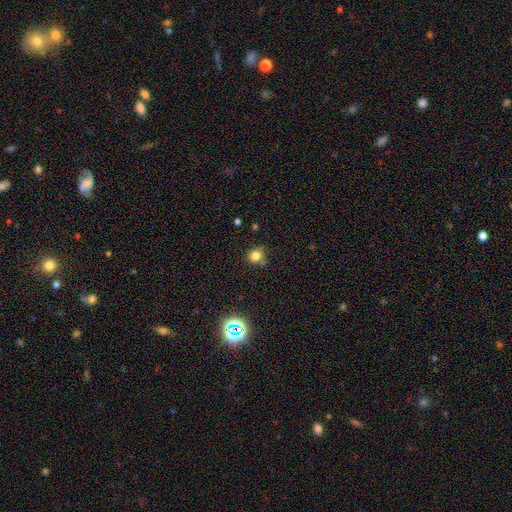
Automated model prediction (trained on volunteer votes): Q: Smooth or featured?
A: smooth (77%); runner-up: star or artifact (17%)
Q: How rounded?
A: round (90%); runner-up: in between (9%)
Q: Merging?
A: none (73%); runner-up: minor disturbance (16%)